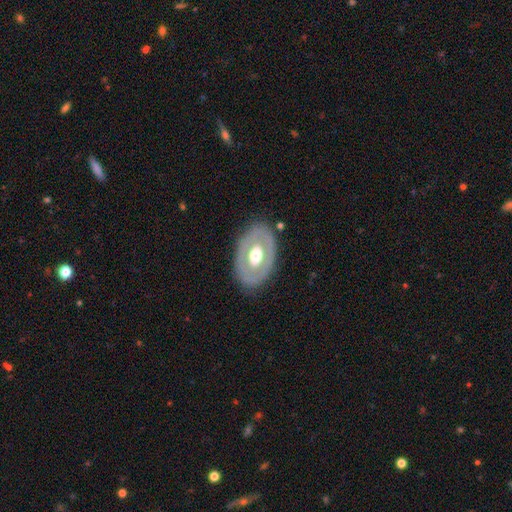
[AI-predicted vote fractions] featured or disk 55%, smooth 40%, star or artifact 5%. Down the decision tree: edge-on disk — no (89%); merging — none (81%).